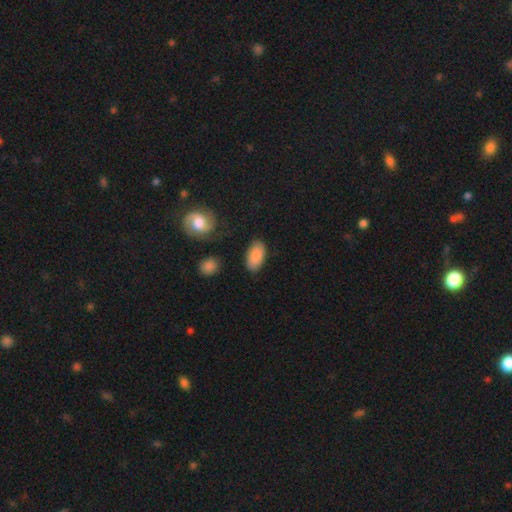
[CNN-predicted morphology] This is clearly a smooth galaxy (87%). How rounded: clearly in between (94%). Merging: clearly none (82%).